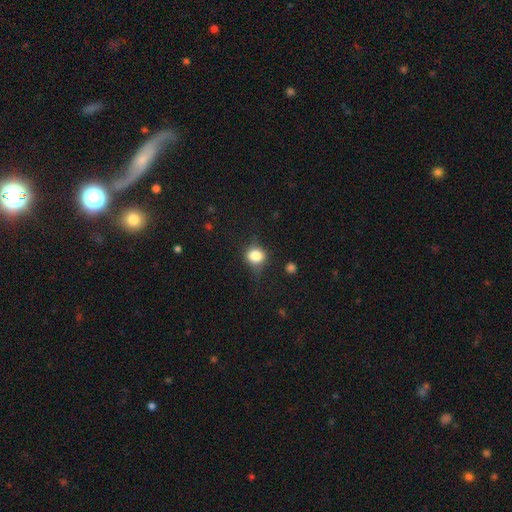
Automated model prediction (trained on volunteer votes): A smooth galaxy with no disk features (78%) that is round (74%).

Vote fractions:
- Smooth or featured? smooth: 78% / star or artifact: 11% / featured or disk: 11%
- How rounded? round: 74% / in between: 25% / cigar-shaped: 1%
- Merging? none: 68% / minor disturbance: 22% / major disturbance: 8% / merger: 2%